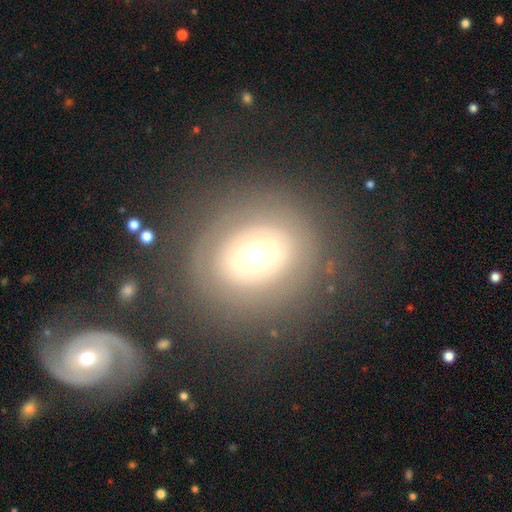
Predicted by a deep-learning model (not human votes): featured or disk 53%, smooth 37%, star or artifact 10%. Down the decision tree: edge-on disk — no (94%); bar — no (88%); spiral arms — no (76%); bulge size — moderate (59%); merging — none (78%).